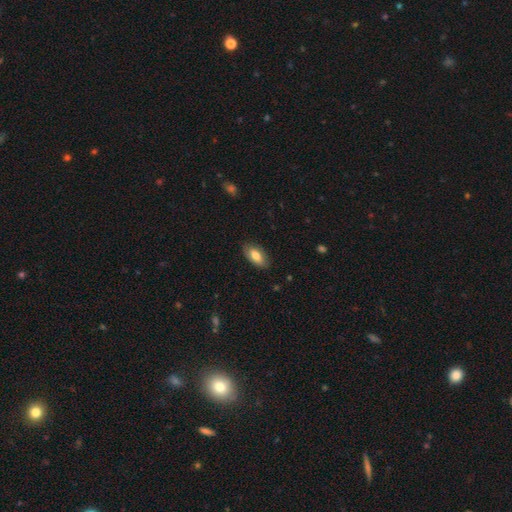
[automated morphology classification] Q: Smooth or featured?
A: smooth (78%); runner-up: featured or disk (16%)
Q: How rounded?
A: in between (90%); runner-up: cigar-shaped (7%)
Q: Merging?
A: none (86%); runner-up: minor disturbance (11%)